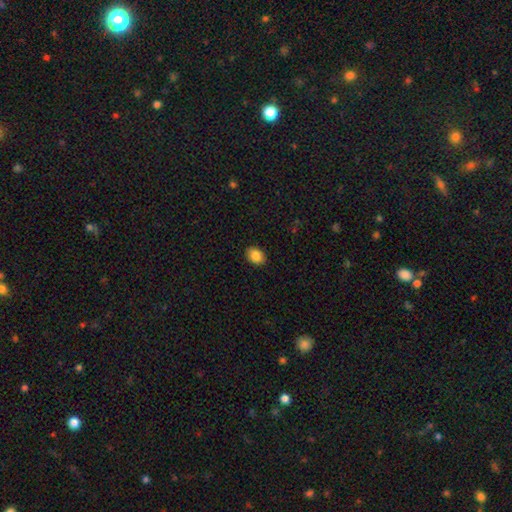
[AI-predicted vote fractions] Smooth or featured? smooth (86%)
How rounded? in between (71%)
Merging? none (90%)